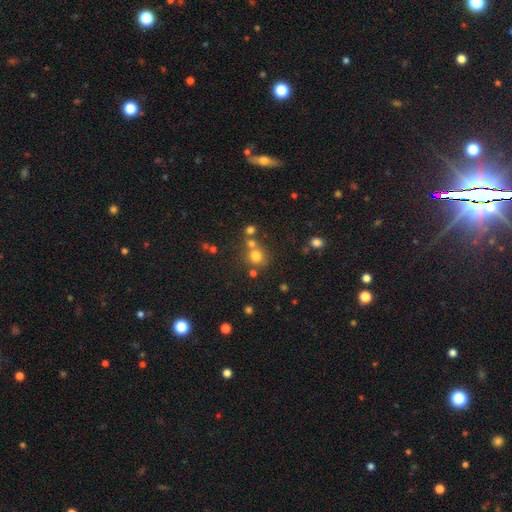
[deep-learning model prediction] smooth_or_featured: smooth (p=0.73) [alt: star or artifact p=0.18]
how_rounded: round (p=0.85) [alt: in between p=0.14]
merging: none (p=0.59) [alt: merger p=0.26]